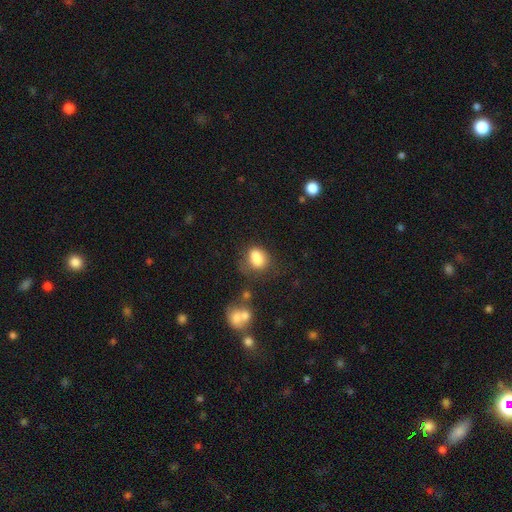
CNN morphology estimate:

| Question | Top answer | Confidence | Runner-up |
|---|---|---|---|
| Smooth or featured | smooth | 81% | star or artifact (10%) |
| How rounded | in between | 68% | round (31%) |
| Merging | none | 49% | minor disturbance (27%) |